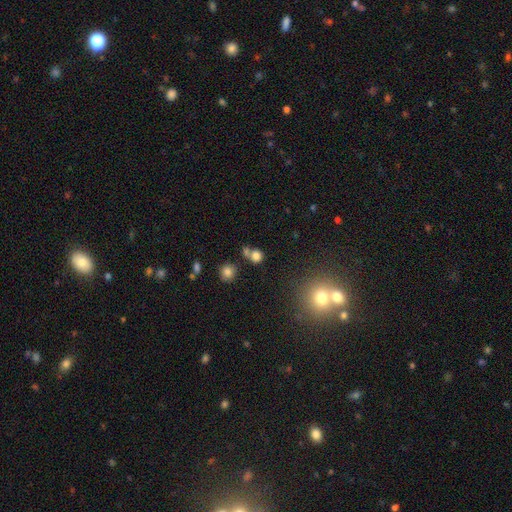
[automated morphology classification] Overall: smooth (77%). How rounded: round (83%). Merging: none (55%; merger 32%).